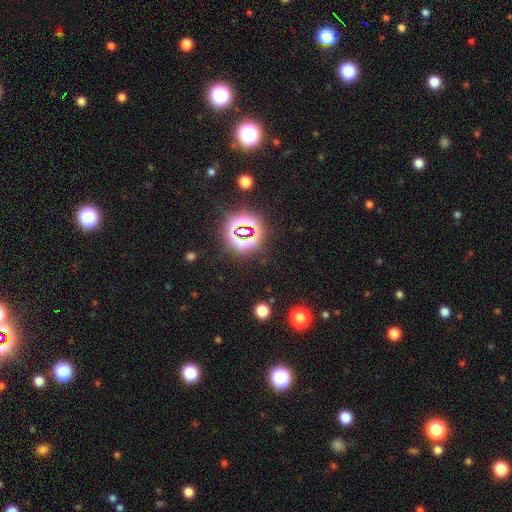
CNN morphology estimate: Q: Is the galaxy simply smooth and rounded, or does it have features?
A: star or artifact — 77%.